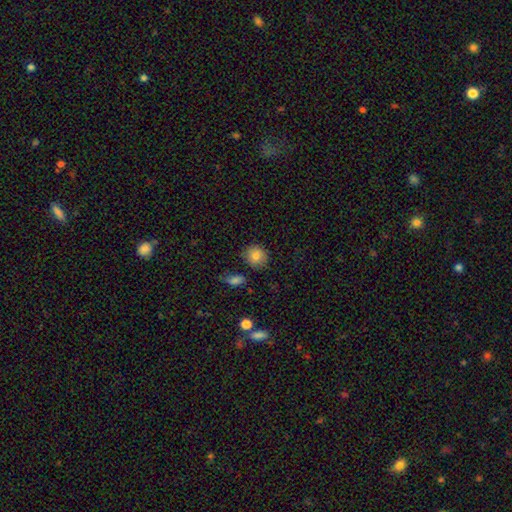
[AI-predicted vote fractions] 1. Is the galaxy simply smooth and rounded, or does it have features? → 84% smooth, 10% star or artifact, 7% featured or disk.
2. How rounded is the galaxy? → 82% round, 17% in between, 1% cigar-shaped.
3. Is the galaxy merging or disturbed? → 81% none, 13% minor disturbance, 3% merger, 3% major disturbance.